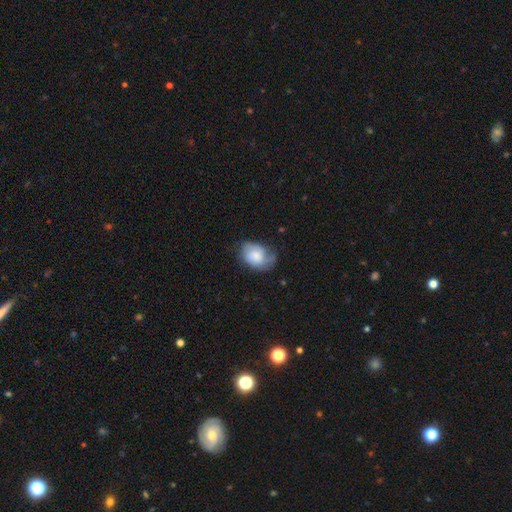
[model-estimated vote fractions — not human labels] smooth-or-featured: smooth: 61% | featured or disk: 32% | star or artifact: 7%
  how-rounded: in between: 72% | round: 27% | cigar-shaped: 1%
  merging: none: 50% | minor disturbance: 34% | major disturbance: 14% | merger: 2%